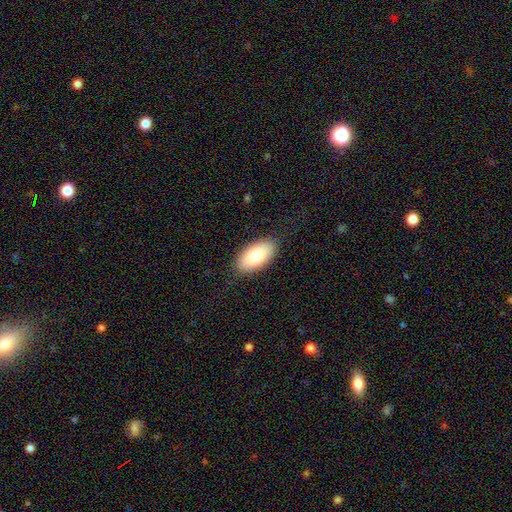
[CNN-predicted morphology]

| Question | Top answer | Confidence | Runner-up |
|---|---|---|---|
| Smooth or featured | smooth | 78% | featured or disk (15%) |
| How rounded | in between | 94% | cigar-shaped (3%) |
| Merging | none | 87% | minor disturbance (10%) |